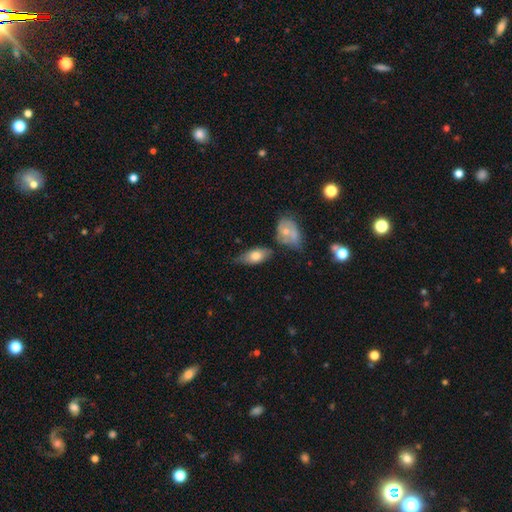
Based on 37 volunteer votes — Overall: smooth (73%). How rounded: in between (81%). Merging: none (50%; minor disturbance 31%).